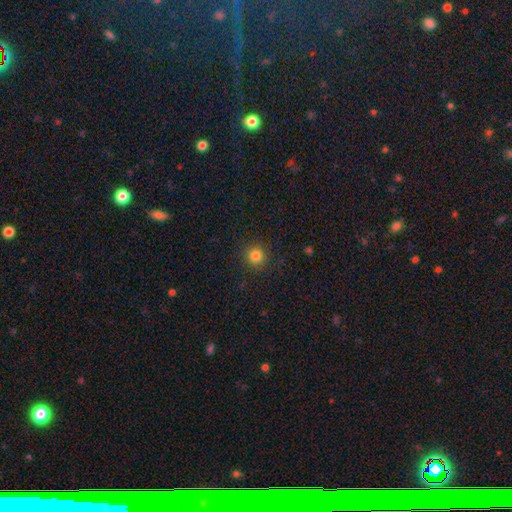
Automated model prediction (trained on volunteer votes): A smooth galaxy with no disk features (83%) that is round (94%).

Vote fractions:
- Smooth or featured? smooth: 83% / star or artifact: 13% / featured or disk: 5%
- How rounded? round: 94% / in between: 5% / cigar-shaped: 1%
- Merging? none: 91% / minor disturbance: 6% / major disturbance: 2% / merger: 1%